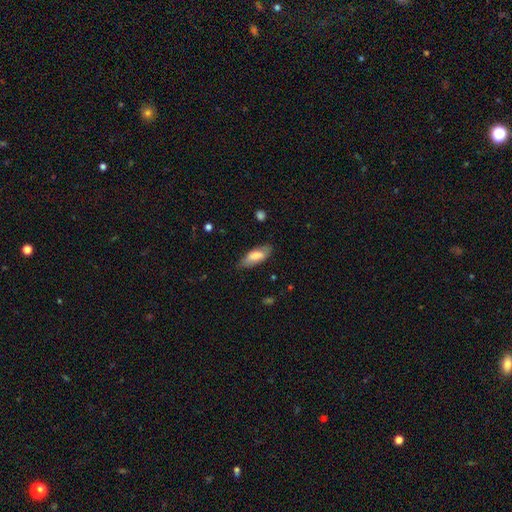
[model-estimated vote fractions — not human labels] Smooth or featured: smooth — 73% (featured or disk — 21%)
How rounded: in between — 79% (cigar-shaped — 18%)
Merging: none — 72% (minor disturbance — 21%)